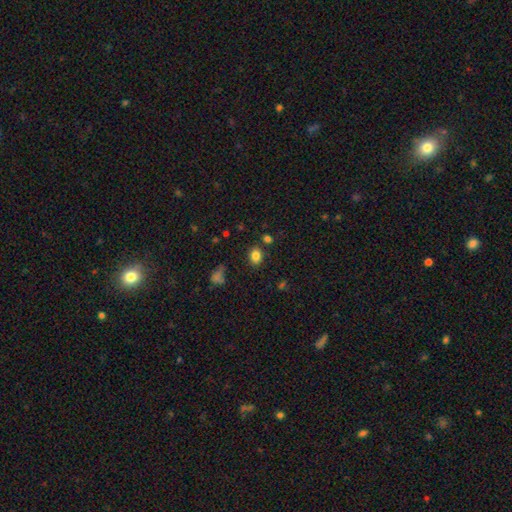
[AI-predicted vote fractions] smooth 83%, star or artifact 11%, featured or disk 6%. Down the decision tree: how rounded — in between (63%); merging — none (79%).